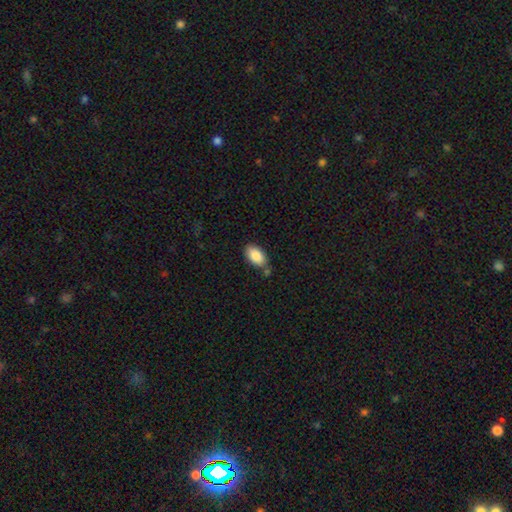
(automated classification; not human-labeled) Overall: smooth (86%). How rounded: in between (93%). Merging: none (71%).